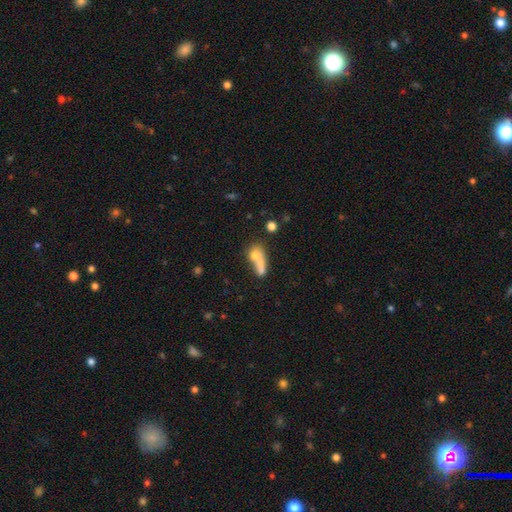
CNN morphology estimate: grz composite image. It shows a smooth galaxy with no disk features (67%) that is in between round and cigar-shaped (45%). Merging: merger (53%).